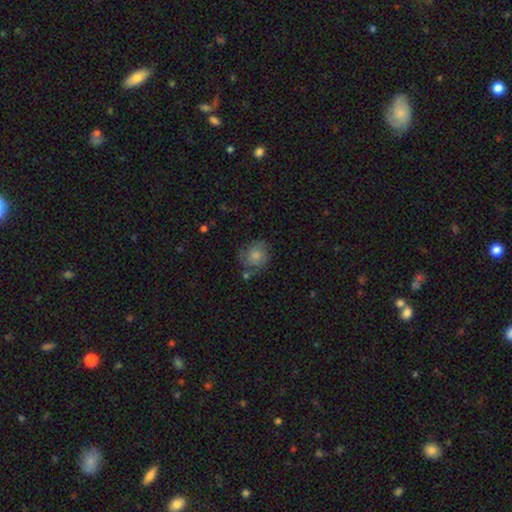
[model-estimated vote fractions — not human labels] A smooth galaxy with no disk features (62%) that is round (77%). Merging: none (58%).